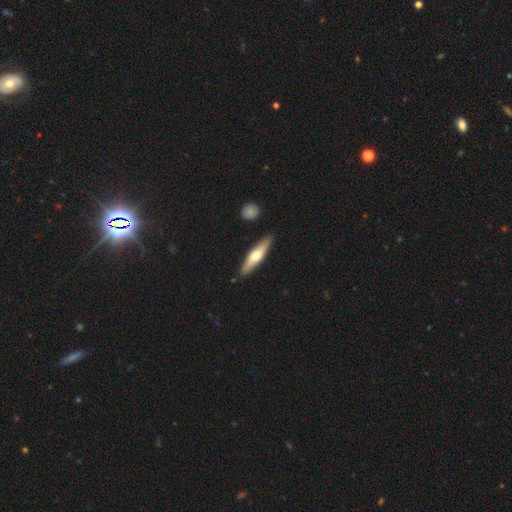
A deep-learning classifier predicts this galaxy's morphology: This is possibly a smooth galaxy (49%). Merging: clearly none (87%).